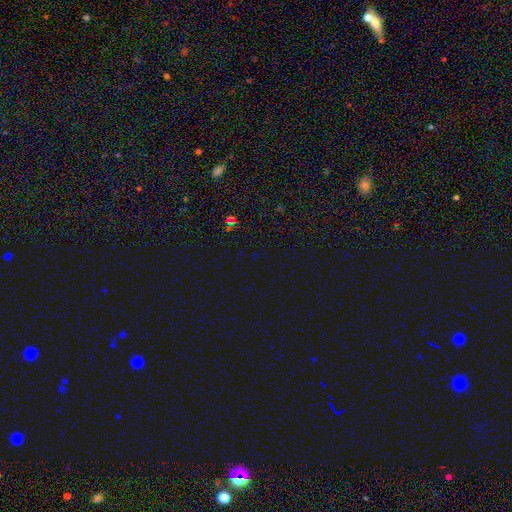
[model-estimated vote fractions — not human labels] smooth_or_featured: star or artifact (p=0.70) [alt: smooth p=0.22]